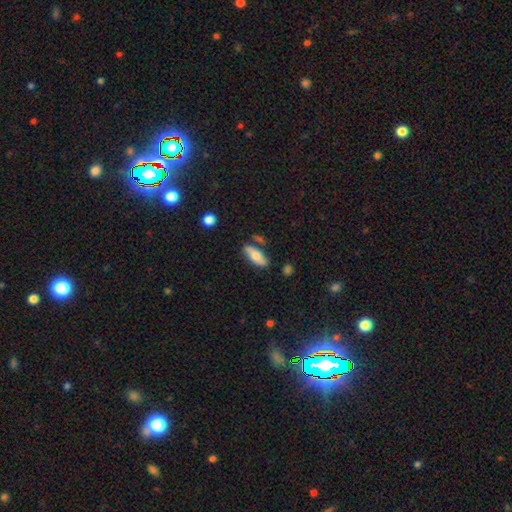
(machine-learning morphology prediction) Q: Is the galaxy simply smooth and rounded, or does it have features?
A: smooth — 65%.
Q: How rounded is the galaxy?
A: in between — 70%.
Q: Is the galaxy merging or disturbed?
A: none — 72%.